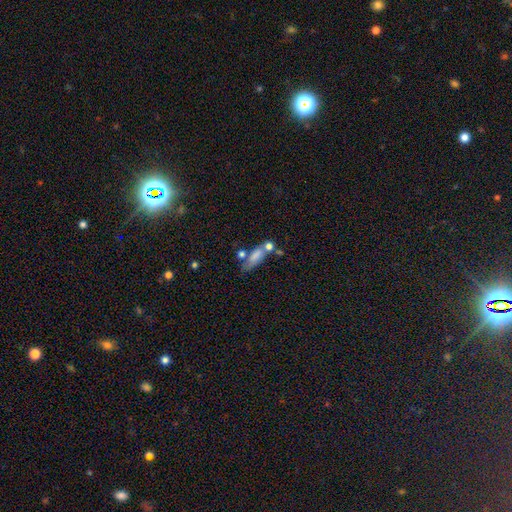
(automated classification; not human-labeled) A smooth galaxy with no disk features (71%) that is in between round and cigar-shaped (61%).

Vote fractions:
- Smooth or featured? smooth: 71% / featured or disk: 19% / star or artifact: 10%
- How rounded? in between: 61% / cigar-shaped: 33% / round: 6%
- Merging? none: 36% / merger: 33% / minor disturbance: 18% / major disturbance: 12%